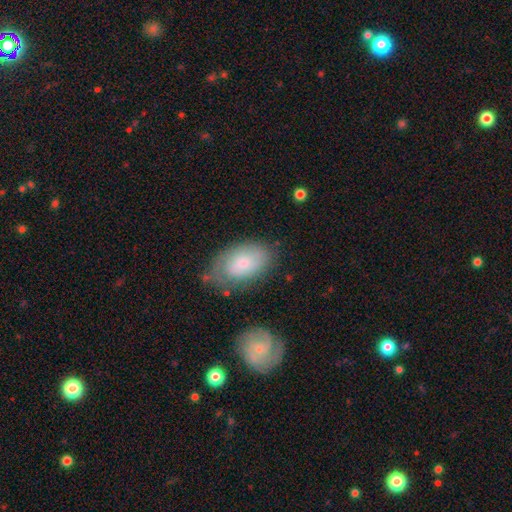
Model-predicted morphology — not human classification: smooth-or-featured: smooth: 66% | featured or disk: 27% | star or artifact: 7%
  how-rounded: in between: 92% | round: 7% | cigar-shaped: 2%
  merging: none: 66% | minor disturbance: 22% | major disturbance: 7% | merger: 4%